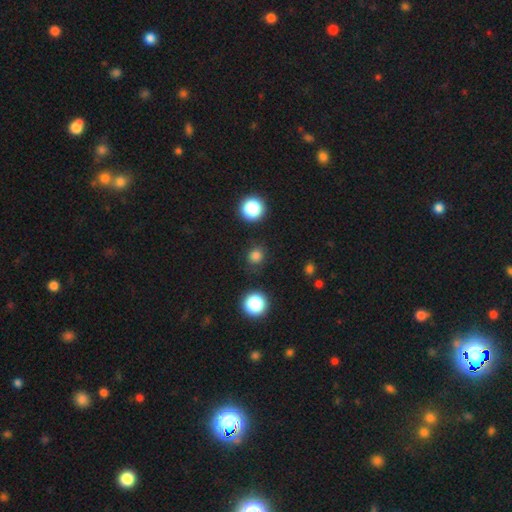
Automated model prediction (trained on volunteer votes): Smooth or featured: smooth — 77% (star or artifact — 19%)
How rounded: round — 87% (in between — 12%)
Merging: none — 84% (minor disturbance — 10%)